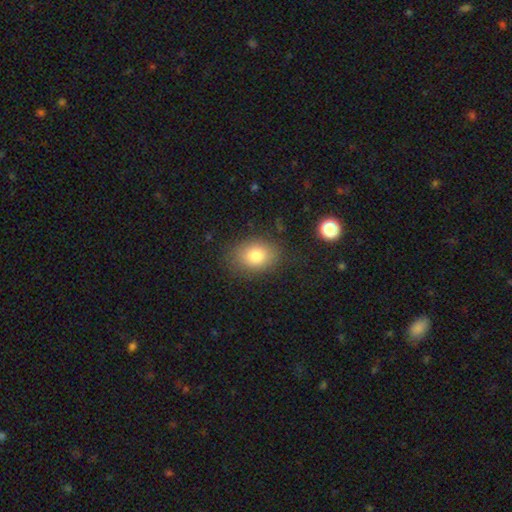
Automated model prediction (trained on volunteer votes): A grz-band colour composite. It shows a smooth galaxy with no disk features (81%) that is in between round and cigar-shaped (69%). Merging: none (82%).